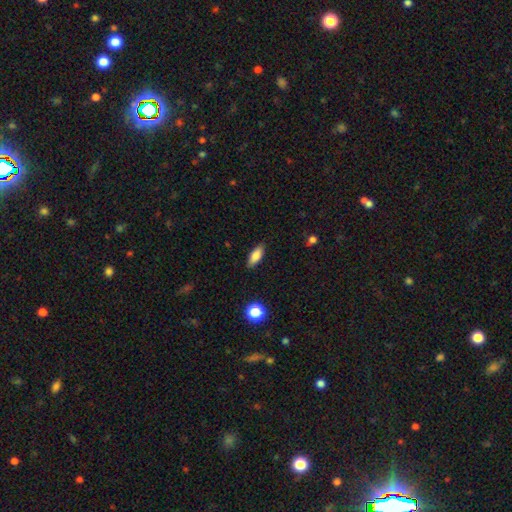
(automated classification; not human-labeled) smooth_or_featured: smooth (p=0.83) [alt: featured or disk p=0.09]
how_rounded: in between (p=0.74) [alt: cigar-shaped p=0.23]
merging: none (p=0.86) [alt: minor disturbance p=0.10]